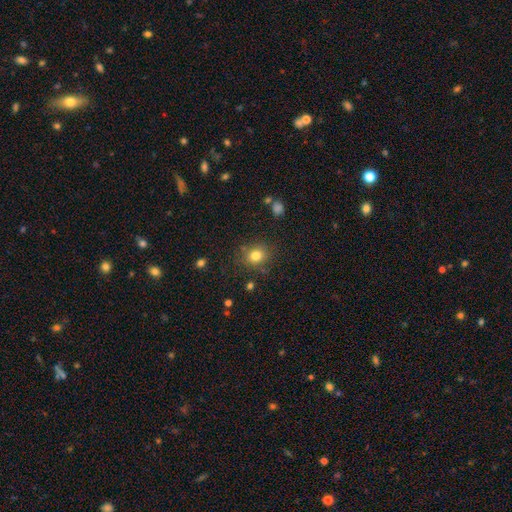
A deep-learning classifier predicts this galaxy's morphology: smooth-or-featured: smooth: 80% | star or artifact: 13% | featured or disk: 8%
  how-rounded: round: 74% | in between: 25% | cigar-shaped: 1%
  merging: none: 82% | minor disturbance: 12% | major disturbance: 4% | merger: 3%